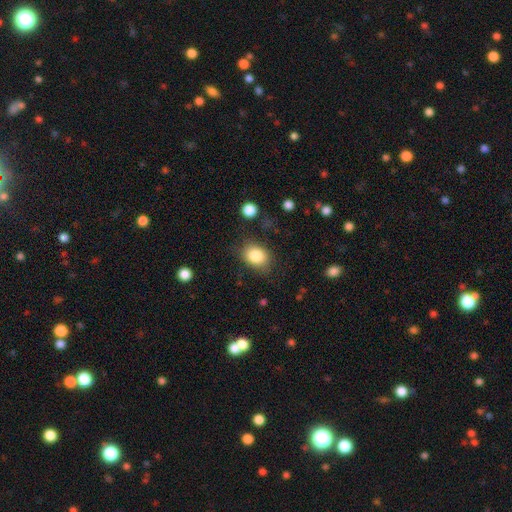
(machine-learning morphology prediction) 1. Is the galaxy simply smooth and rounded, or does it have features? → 84% smooth, 9% star or artifact, 7% featured or disk.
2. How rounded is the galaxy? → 62% in between, 37% round, 1% cigar-shaped.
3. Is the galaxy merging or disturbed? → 76% none, 16% minor disturbance, 5% major disturbance, 2% merger.